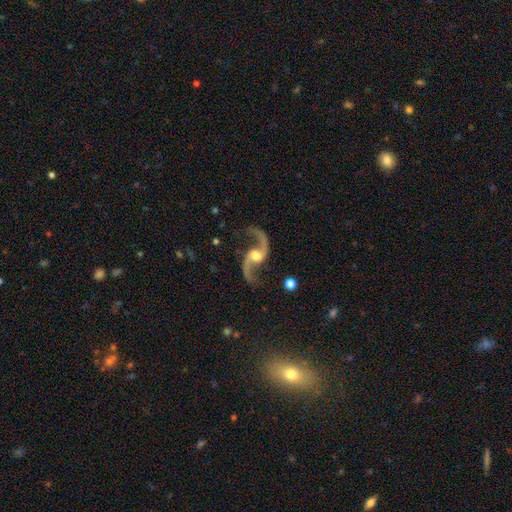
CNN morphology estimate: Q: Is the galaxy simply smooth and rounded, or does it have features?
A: featured or disk — 93%.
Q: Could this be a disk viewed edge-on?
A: no — 97%.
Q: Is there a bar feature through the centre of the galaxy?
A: no — 47%.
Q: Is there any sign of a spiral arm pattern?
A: yes — 98%.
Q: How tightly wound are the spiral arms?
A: loose — 83%.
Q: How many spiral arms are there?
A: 2 — 95%.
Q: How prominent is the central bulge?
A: moderate — 65%.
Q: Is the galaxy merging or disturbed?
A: none — 82%.